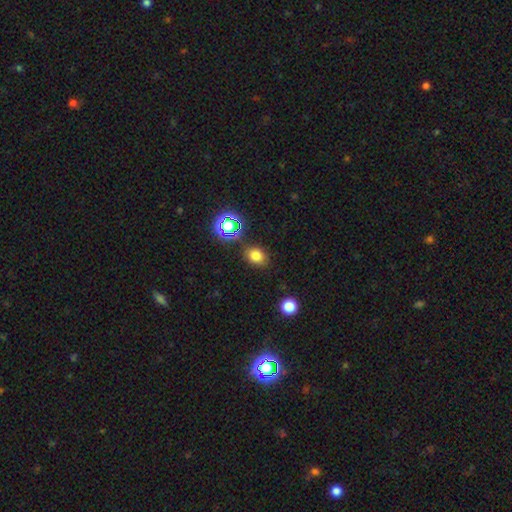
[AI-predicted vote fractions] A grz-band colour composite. It shows a smooth galaxy with no disk features (74%) that is in between round and cigar-shaped (54%). Merging: none (81%).